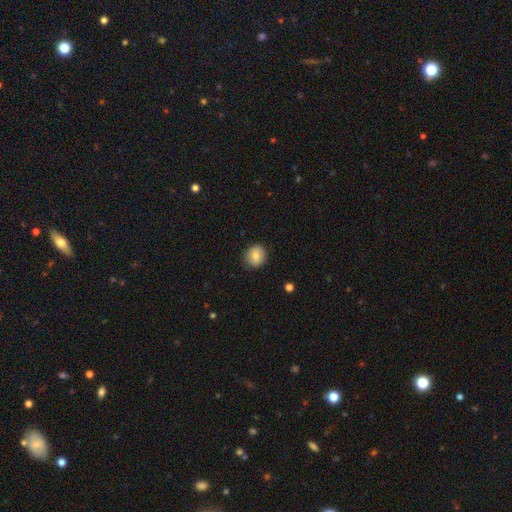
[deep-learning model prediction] smooth 77%, featured or disk 14%, star or artifact 8%. Down the decision tree: how rounded — round (84%); merging — none (88%).